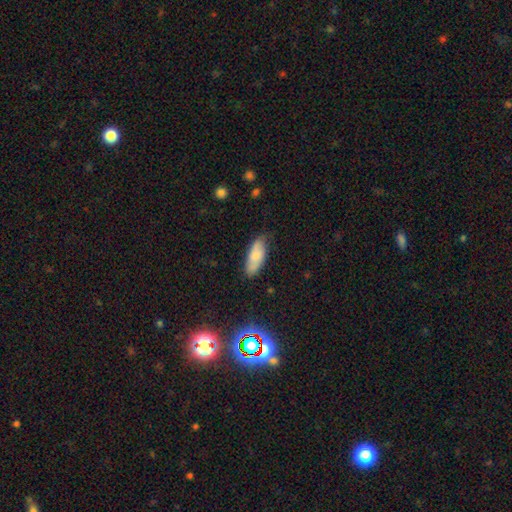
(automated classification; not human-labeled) Smooth or featured: smooth — 75% (featured or disk — 18%)
How rounded: in between — 79% (cigar-shaped — 19%)
Merging: none — 71% (minor disturbance — 23%)